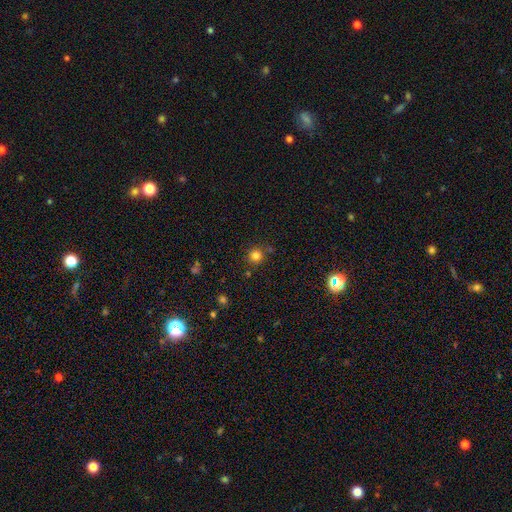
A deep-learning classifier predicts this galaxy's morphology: This appears to be a smooth galaxy with no disk features (80%) that is round (92%). Merging: none (81%).